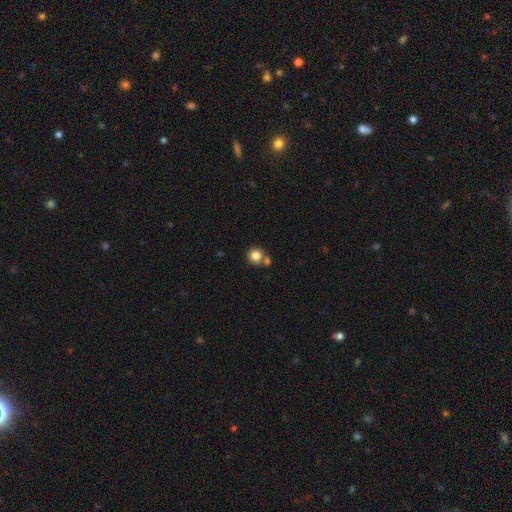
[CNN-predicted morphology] A smooth galaxy with no disk features (82%) that is round (92%).

Vote fractions:
- Smooth or featured? smooth: 82% / star or artifact: 10% / featured or disk: 7%
- How rounded? round: 92% / in between: 7% / cigar-shaped: 1%
- Merging? none: 64% / merger: 25% / minor disturbance: 9% / major disturbance: 3%